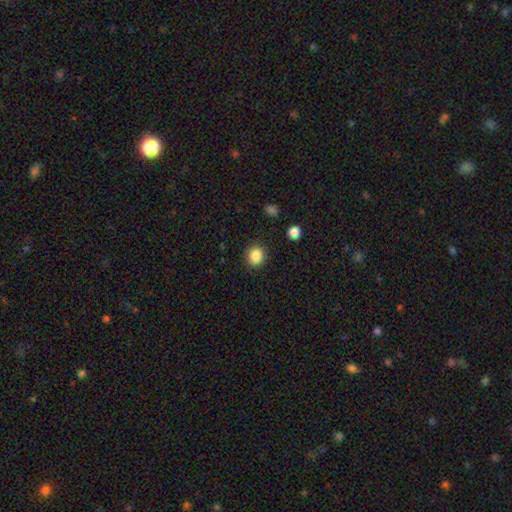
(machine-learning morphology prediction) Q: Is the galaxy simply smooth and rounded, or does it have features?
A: smooth — 86%.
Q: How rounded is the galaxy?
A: round — 86%.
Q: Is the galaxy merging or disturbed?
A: none — 90%.